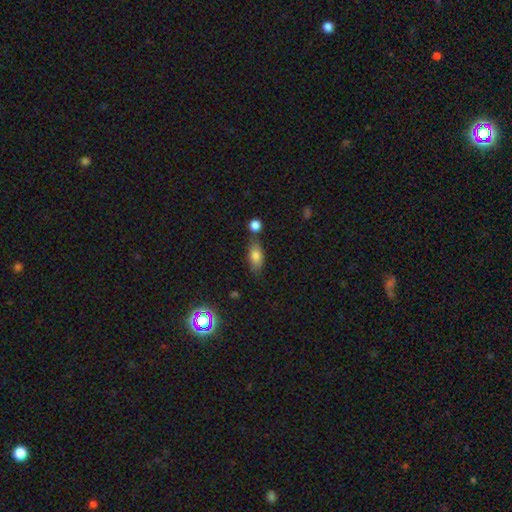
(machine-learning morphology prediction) Smooth or featured: smooth — 79% (featured or disk — 11%)
How rounded: in between — 82% (cigar-shaped — 12%)
Merging: none — 64% (minor disturbance — 16%)